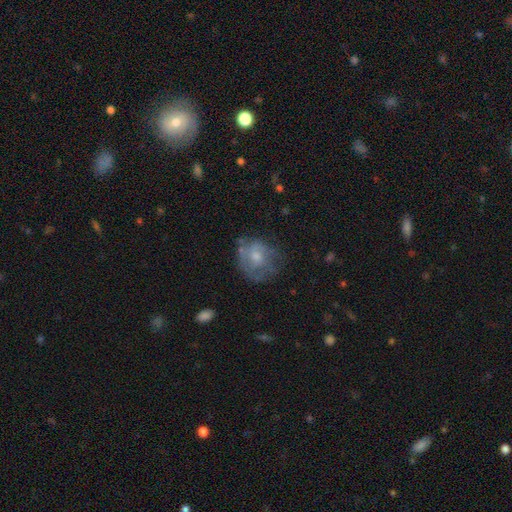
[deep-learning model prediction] A featured or disk galaxy (48%).

Vote fractions:
- Smooth or featured? featured or disk: 48% / smooth: 44% / star or artifact: 8%
- Merging? none: 49% / minor disturbance: 27% / major disturbance: 20% / merger: 3%